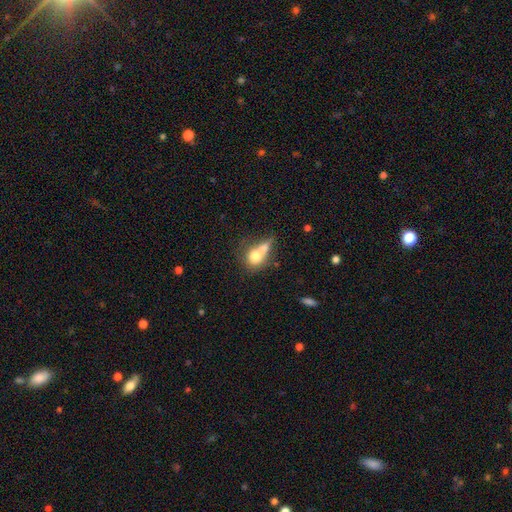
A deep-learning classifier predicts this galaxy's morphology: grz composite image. It shows a smooth galaxy with no disk features (70%) that is in between round and cigar-shaped (47%). Merging: merger (44%).